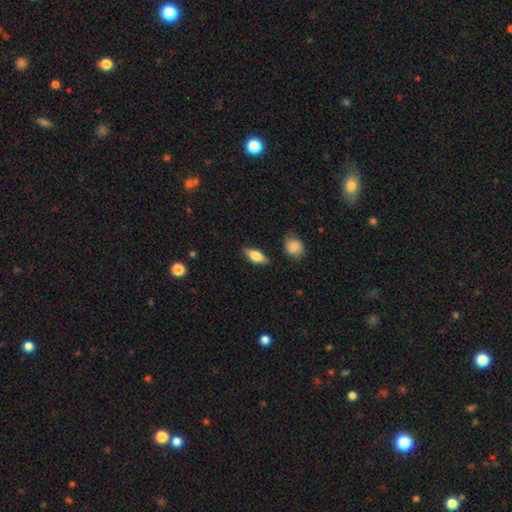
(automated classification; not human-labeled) smooth-or-featured: smooth: 75% | featured or disk: 18% | star or artifact: 7%
  how-rounded: in between: 82% | cigar-shaped: 13% | round: 4%
  merging: none: 83% | minor disturbance: 12% | major disturbance: 3% | merger: 2%